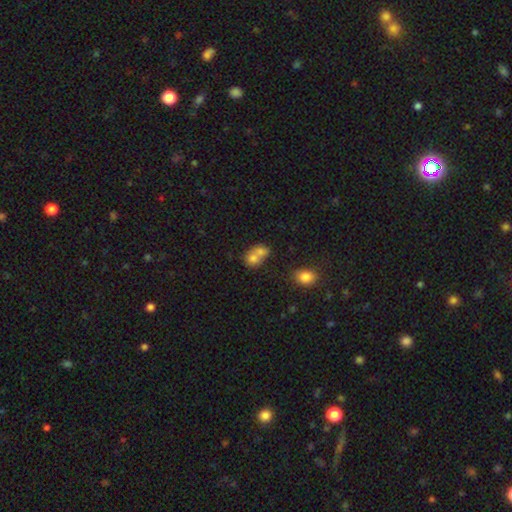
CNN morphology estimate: Smooth or featured: smooth — 72% (featured or disk — 18%)
How rounded: round — 56% (in between — 42%)
Merging: merger — 67% (none — 22%)